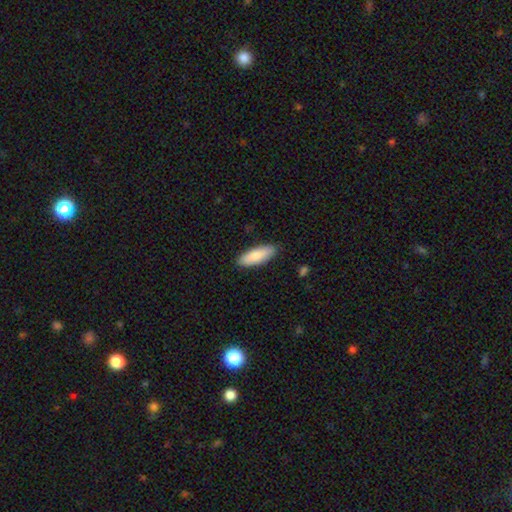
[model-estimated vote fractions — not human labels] smooth-or-featured: smooth: 85% | featured or disk: 10% | star or artifact: 5%
  how-rounded: in between: 63% | cigar-shaped: 35% | round: 2%
  merging: none: 87% | minor disturbance: 10% | major disturbance: 2% | merger: 1%